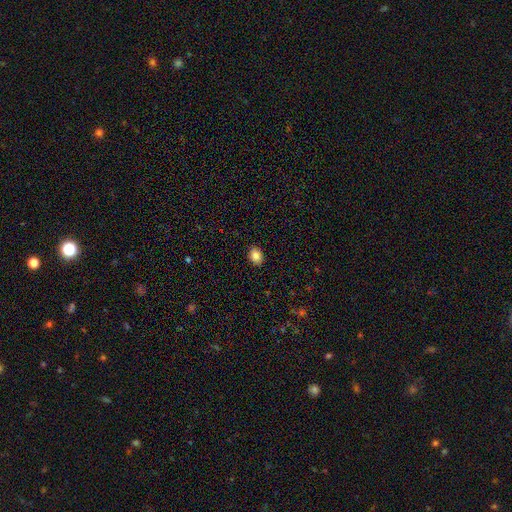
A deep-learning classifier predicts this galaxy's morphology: Smooth or featured? Predicted: smooth (p=0.86). How rounded? Predicted: in between (p=0.73). Merging? Predicted: none (p=0.90).